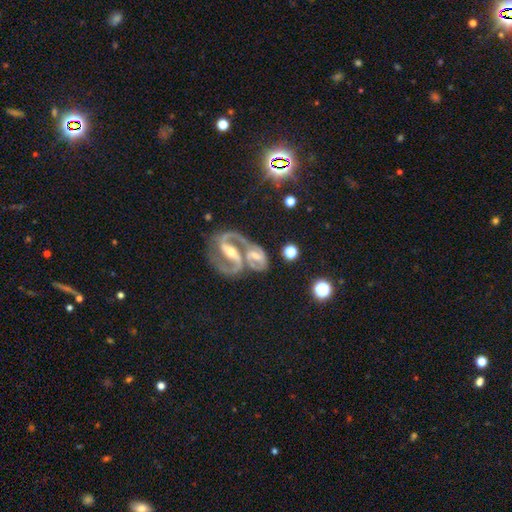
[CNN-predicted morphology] Smooth or featured: featured or disk — 84% (smooth — 9%)
Edge-on disk: no — 97% (yes — 3%)
Bar: strong — 52% (weak — 32%)
Spiral arms: yes — 94% (no — 6%)
Spiral winding: medium — 58% (tight — 21%)
Spiral arm count: 2 — 89% (1 — 4%)
Bulge size: moderate — 57% (small — 35%)
Merging: merger — 48% (none — 32%)